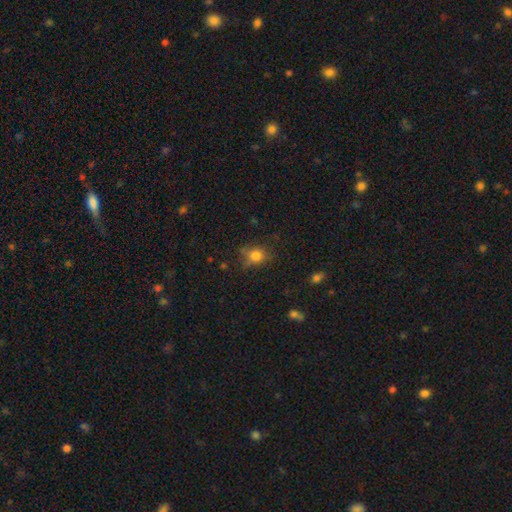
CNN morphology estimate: A smooth galaxy with no disk features (76%) that is round (63%). Merging: none (65%).